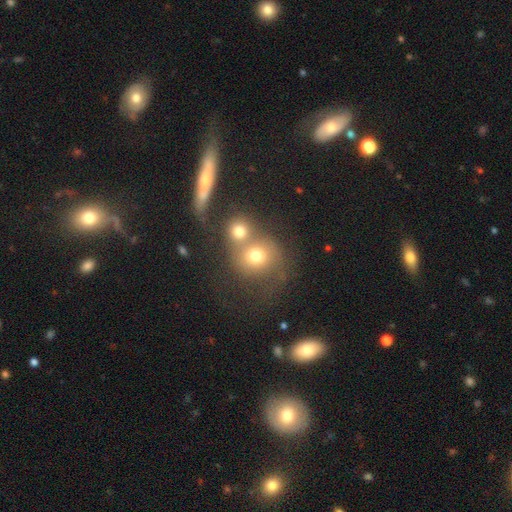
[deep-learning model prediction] Q: Smooth or featured?
A: smooth (65%); runner-up: featured or disk (22%)
Q: How rounded?
A: round (79%); runner-up: in between (19%)
Q: Merging?
A: merger (56%); runner-up: none (29%)